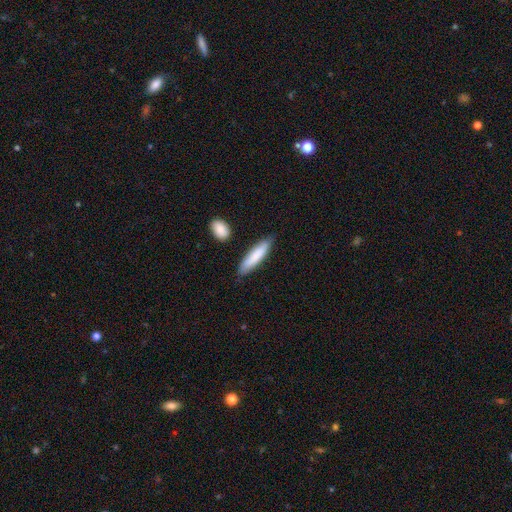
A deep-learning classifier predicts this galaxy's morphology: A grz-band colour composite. It shows a smooth galaxy with no disk features (82%) that is cigar-shaped (78%). Merging: none (82%).